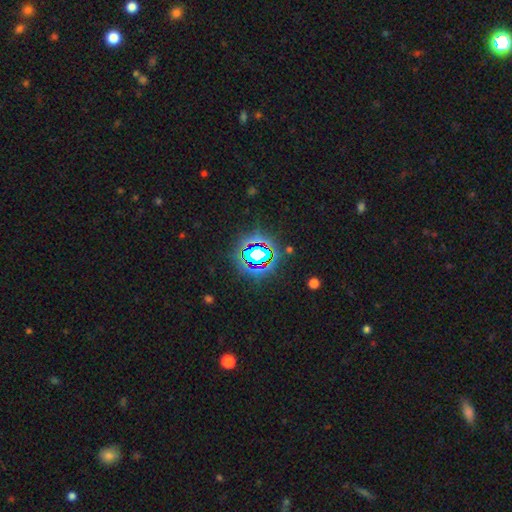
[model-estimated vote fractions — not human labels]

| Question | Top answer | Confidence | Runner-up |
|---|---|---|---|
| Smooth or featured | star or artifact | 72% | smooth (17%) |